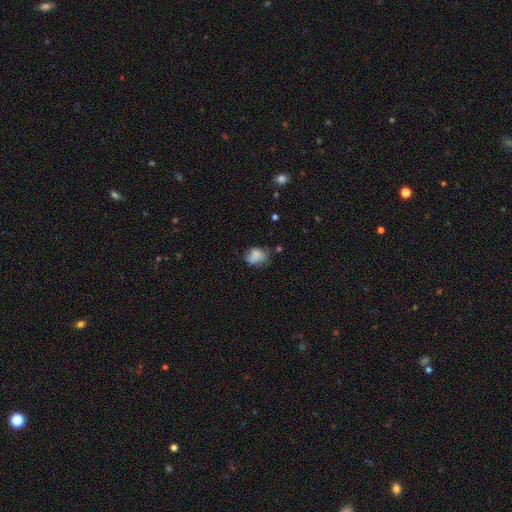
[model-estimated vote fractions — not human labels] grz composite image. It shows a smooth galaxy with no disk features (72%) that is in between round and cigar-shaped (66%). Merging: none (45%).